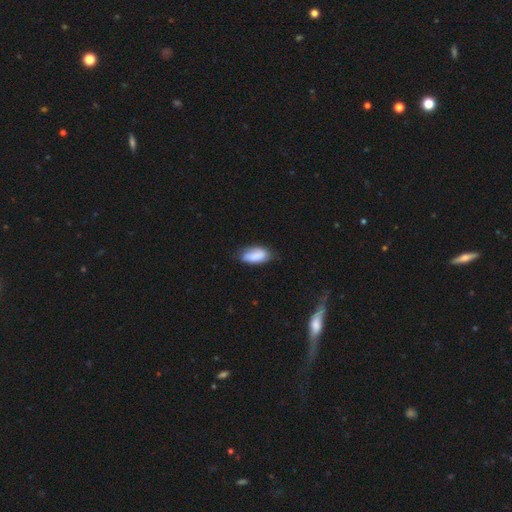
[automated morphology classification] Smooth or featured?
  - smooth: 80% *
  - featured or disk: 14%
  - star or artifact: 7%
How rounded?
  - in between: 90% *
  - cigar-shaped: 8%
  - round: 3%
Merging?
  - none: 64% *
  - minor disturbance: 29%
  - major disturbance: 5%
  - merger: 2%